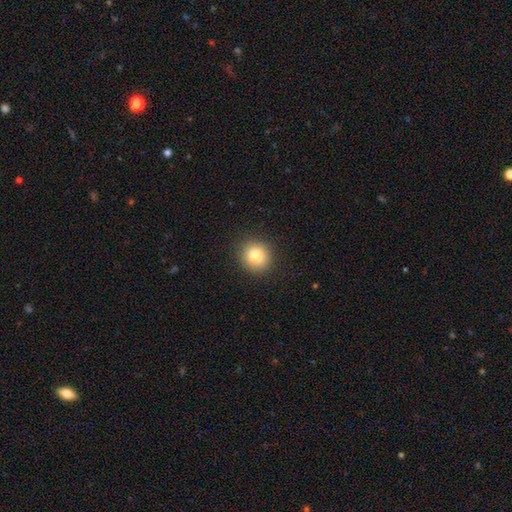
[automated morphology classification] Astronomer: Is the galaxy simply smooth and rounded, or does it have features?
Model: smooth — 80%.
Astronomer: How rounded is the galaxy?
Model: round — 87%.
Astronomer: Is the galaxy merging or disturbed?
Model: none — 90%.